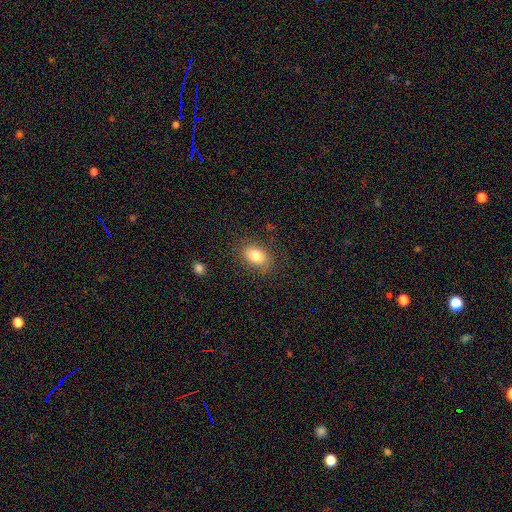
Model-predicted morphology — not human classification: Smooth or featured? smooth (80%)
How rounded? in between (83%)
Merging? none (81%)